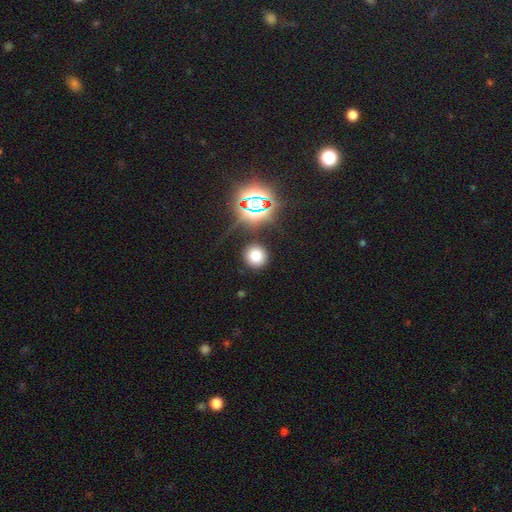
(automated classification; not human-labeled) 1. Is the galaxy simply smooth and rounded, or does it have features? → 70% smooth, 21% star or artifact, 9% featured or disk.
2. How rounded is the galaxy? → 91% round, 8% in between, 1% cigar-shaped.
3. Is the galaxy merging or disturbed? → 86% none, 8% minor disturbance, 3% major disturbance, 3% merger.